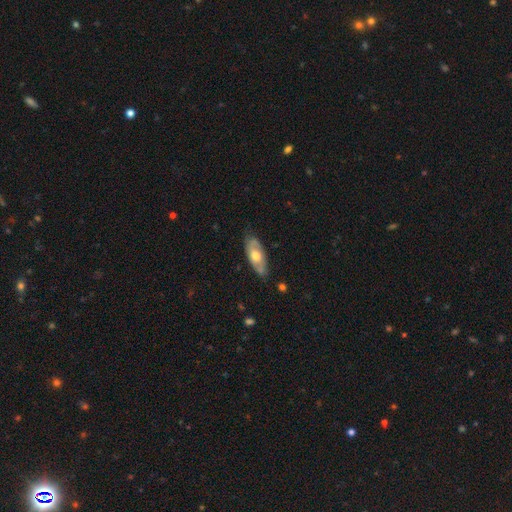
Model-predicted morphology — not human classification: The model was most divided on "smooth or featured": featured or disk: 51%, smooth: 43%, star or artifact: 6%. More confident: merging — none (75%); edge-on disk — no (72%).